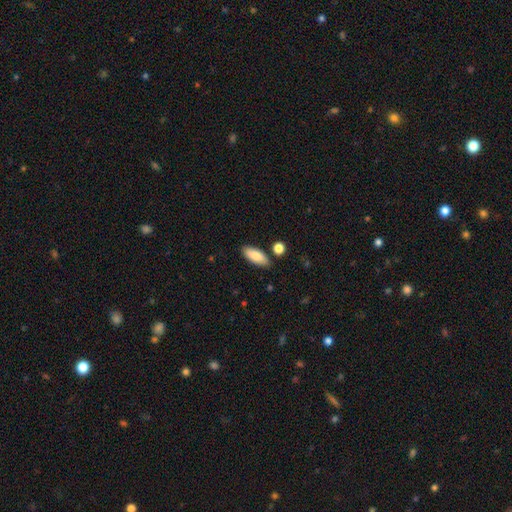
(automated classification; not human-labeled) Smooth or featured? Predicted: smooth (p=0.83). How rounded? Predicted: in between (p=0.81). Merging? Predicted: none (p=0.84).